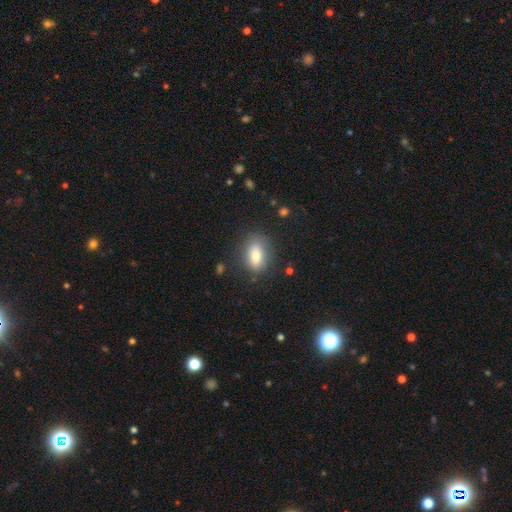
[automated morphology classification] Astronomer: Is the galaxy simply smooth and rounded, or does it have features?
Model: smooth — 81%.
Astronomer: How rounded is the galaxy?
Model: in between — 84%.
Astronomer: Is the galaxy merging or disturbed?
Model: none — 78%.